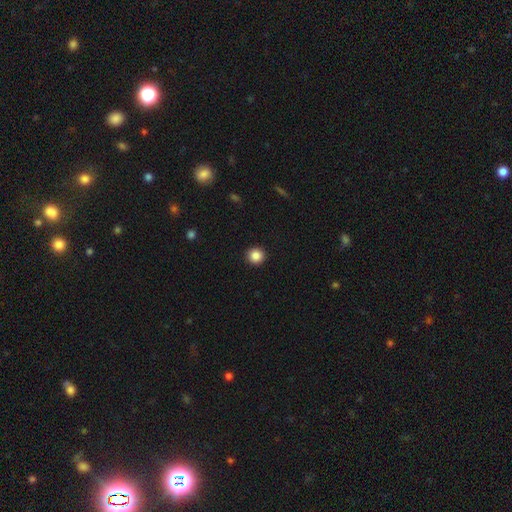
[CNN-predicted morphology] This appears to be a smooth galaxy with no disk features (86%) that is round (95%). Merging: none (93%).